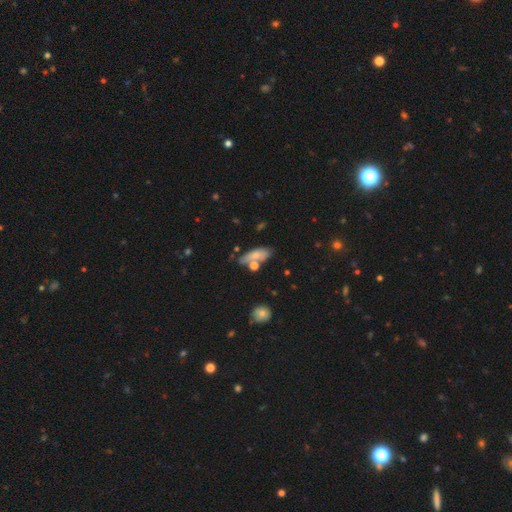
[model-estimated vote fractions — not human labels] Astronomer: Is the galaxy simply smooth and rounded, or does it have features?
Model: smooth — 69%.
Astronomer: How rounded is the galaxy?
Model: in between — 75%.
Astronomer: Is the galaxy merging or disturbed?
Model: none — 56%.